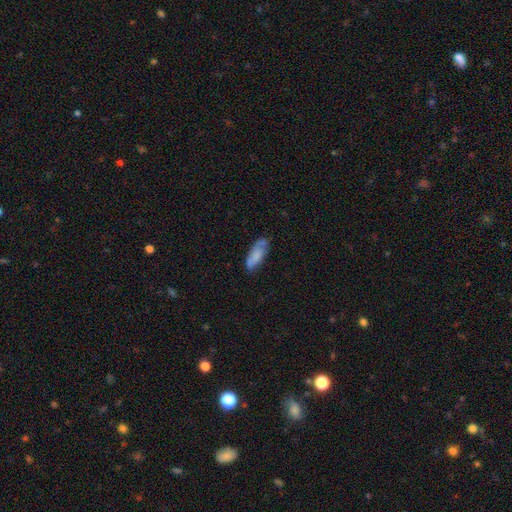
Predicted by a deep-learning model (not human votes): The model was most divided on "merging": none: 59%, minor disturbance: 26%, merger: 7%, major disturbance: 7%. More confident: how rounded — in between (74%); smooth or featured — smooth (73%).